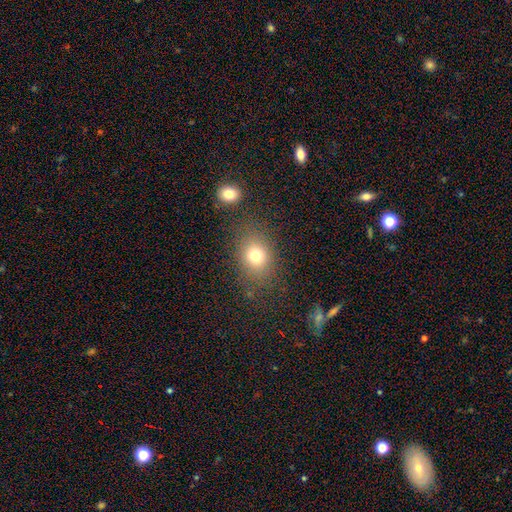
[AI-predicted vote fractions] A smooth galaxy with no disk features (75%) that is in between round and cigar-shaped (51%). Merging: none (77%).